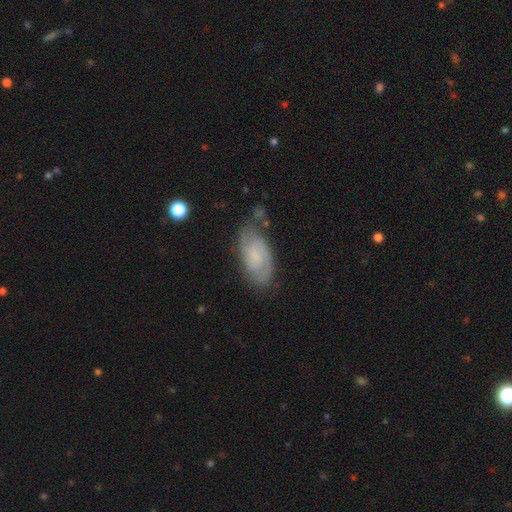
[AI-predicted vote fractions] Smooth or featured: featured or disk — 63% (smooth — 29%)
Edge-on disk: no — 94% (yes — 6%)
Bar: no — 53% (weak — 40%)
Spiral arms: yes — 89% (no — 11%)
Spiral winding: tight — 44% (medium — 42%)
Spiral arm count: 2 — 74% (can't tell — 17%)
Bulge size: small — 49% (none — 27%)
Merging: none — 66% (minor disturbance — 23%)